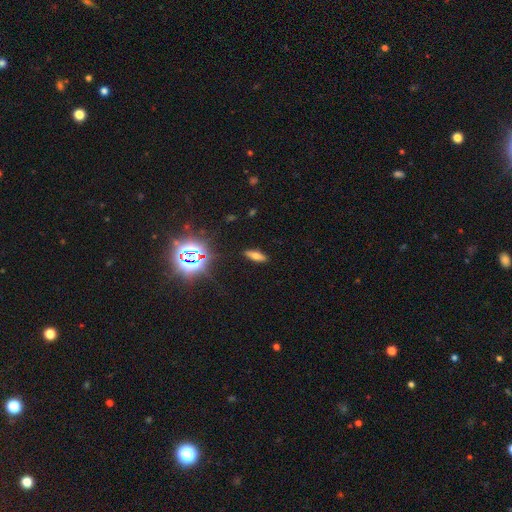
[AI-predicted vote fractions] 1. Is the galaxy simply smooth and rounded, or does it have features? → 56% smooth, 23% star or artifact, 21% featured or disk.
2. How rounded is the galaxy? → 52% in between, 43% cigar-shaped, 5% round.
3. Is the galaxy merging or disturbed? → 89% none, 8% minor disturbance, 2% major disturbance, 1% merger.